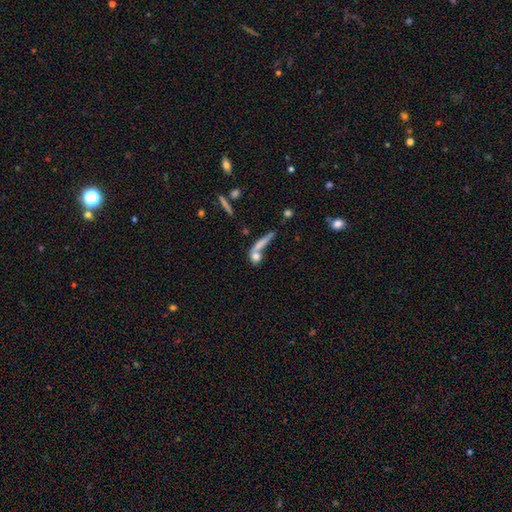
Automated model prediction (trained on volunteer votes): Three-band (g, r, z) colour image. It shows a smooth galaxy with no disk features (67%) that is cigar-shaped (42%). Merging: merger (40%).